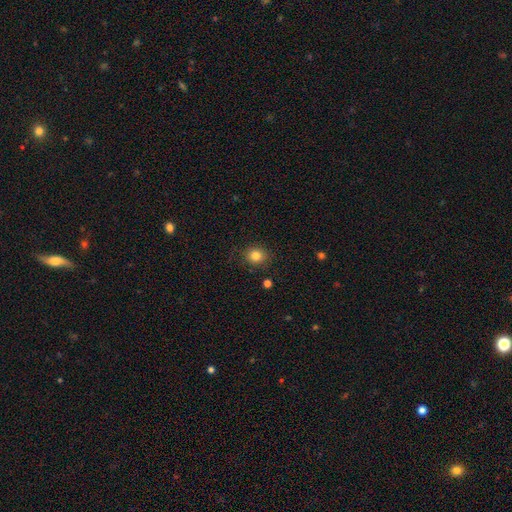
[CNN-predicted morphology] Overall: smooth (83%). How rounded: round (78%). Merging: none (85%).